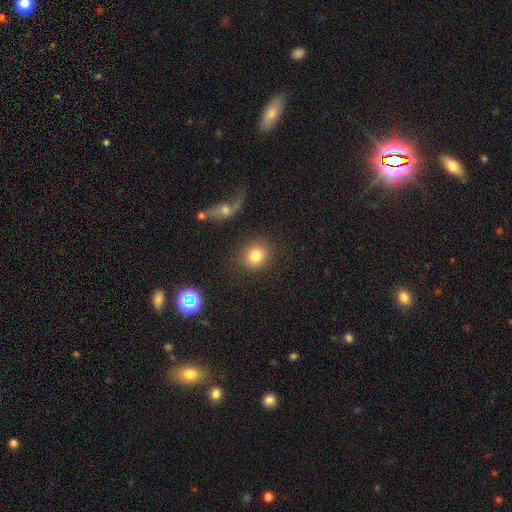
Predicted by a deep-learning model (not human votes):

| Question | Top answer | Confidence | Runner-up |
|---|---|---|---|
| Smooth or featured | smooth | 81% | star or artifact (10%) |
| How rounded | round | 85% | in between (13%) |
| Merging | none | 84% | minor disturbance (8%) |